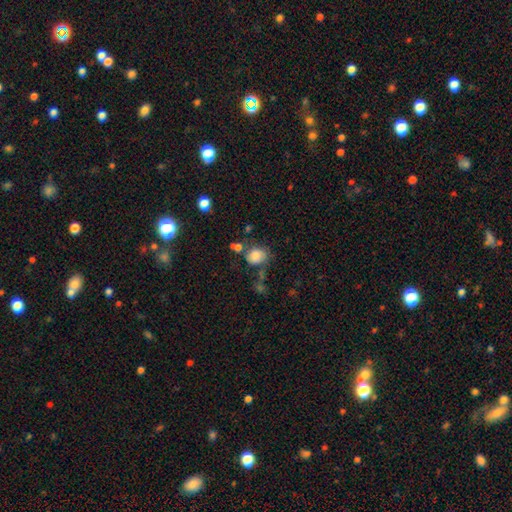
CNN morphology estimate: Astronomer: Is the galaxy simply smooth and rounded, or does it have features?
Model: smooth — 80%.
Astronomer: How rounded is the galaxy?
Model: round — 56% (runner-up: in between, 43%).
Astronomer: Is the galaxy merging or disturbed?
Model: none — 53%.